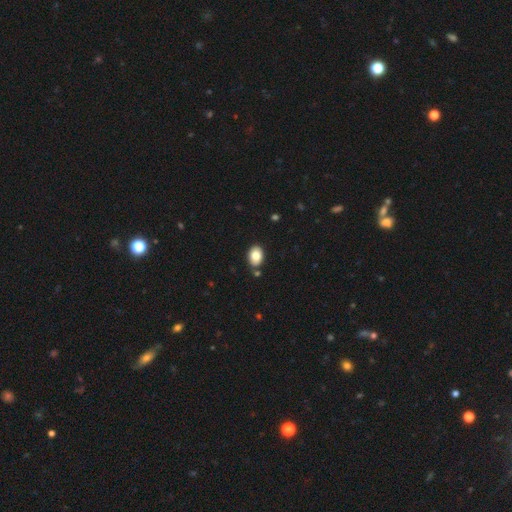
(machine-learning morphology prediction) This is clearly a smooth galaxy (82%). How rounded: clearly in between (81%). Merging: clearly none (81%).